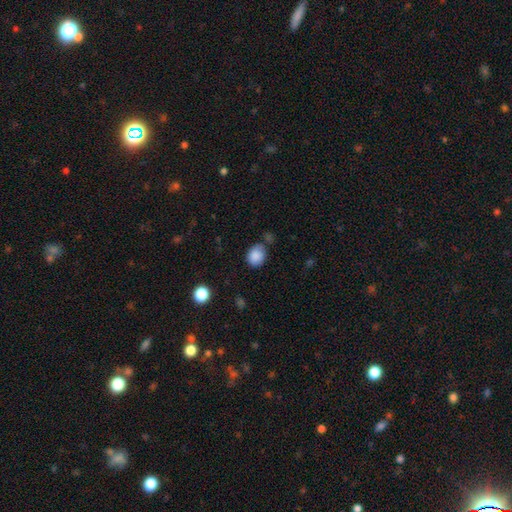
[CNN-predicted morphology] A smooth galaxy with no disk features (86%) that is in between round and cigar-shaped (57%).

Vote fractions:
- Smooth or featured? smooth: 86% / star or artifact: 8% / featured or disk: 5%
- How rounded? in between: 57% / round: 42% / cigar-shaped: 1%
- Merging? none: 59% / minor disturbance: 25% / merger: 9% / major disturbance: 7%